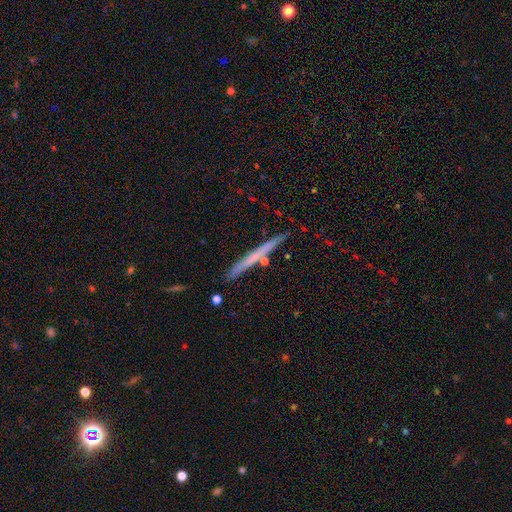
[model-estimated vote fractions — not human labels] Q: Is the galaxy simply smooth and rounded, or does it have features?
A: featured or disk — 50%.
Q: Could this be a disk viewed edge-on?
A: yes — 96%.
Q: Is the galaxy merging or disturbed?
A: none — 86%.